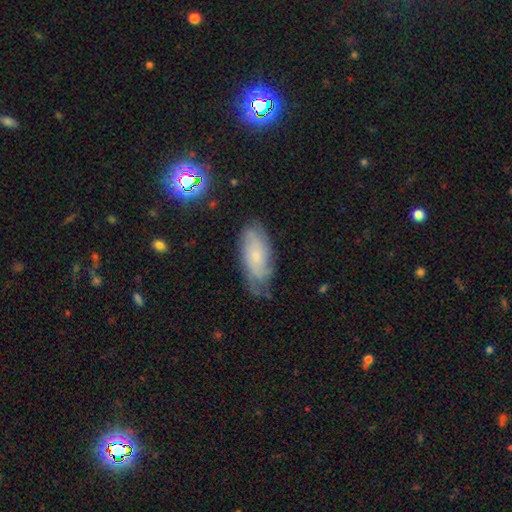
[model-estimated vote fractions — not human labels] This is possibly a featured or disk galaxy (55%). It is clearly not viewed edge-on (89%). Merging: likely none (67%).